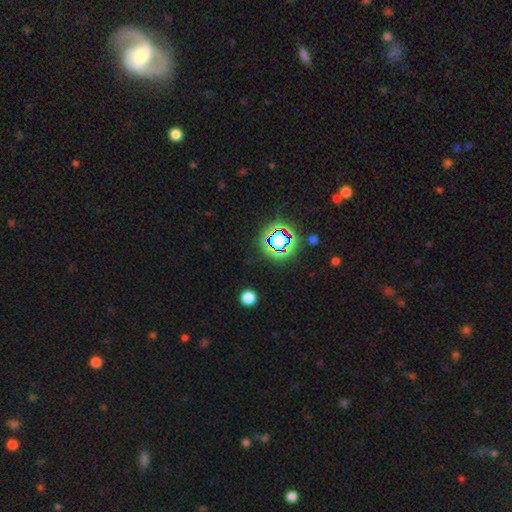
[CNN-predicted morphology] star or artifact 77%, smooth 15%, featured or disk 9%.